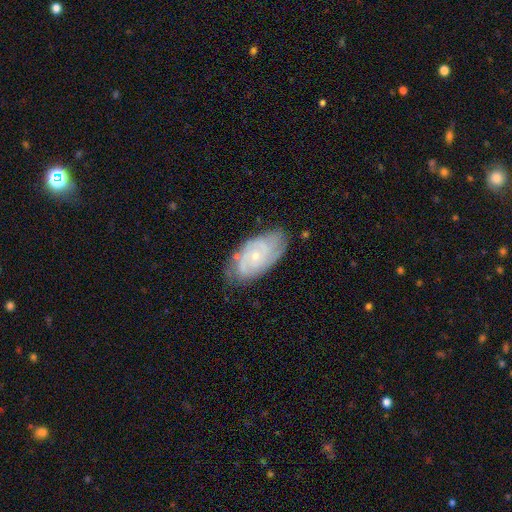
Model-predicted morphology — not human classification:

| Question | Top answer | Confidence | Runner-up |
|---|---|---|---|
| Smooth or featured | featured or disk | 78% | smooth (16%) |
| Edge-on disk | no | 95% | yes (5%) |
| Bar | no | 74% | weak (22%) |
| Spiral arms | yes | 93% | no (7%) |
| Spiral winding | tight | 62% | medium (31%) |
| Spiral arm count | can't tell | 32% | 2 (31%) |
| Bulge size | small | 75% | moderate (21%) |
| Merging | none | 73% | minor disturbance (21%) |